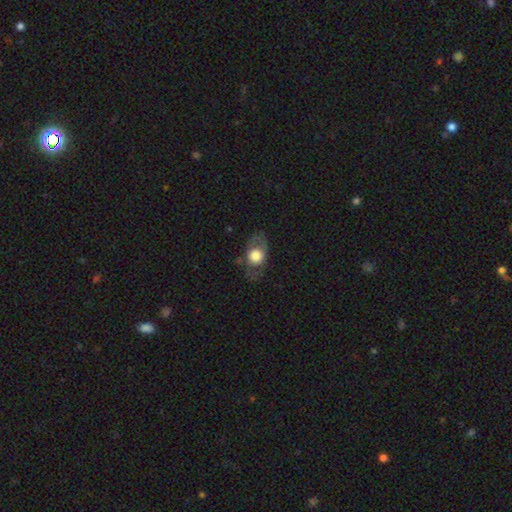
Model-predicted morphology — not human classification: This is possibly a smooth galaxy (60%). How rounded: likely in between (61%). Merging: likely none (68%).